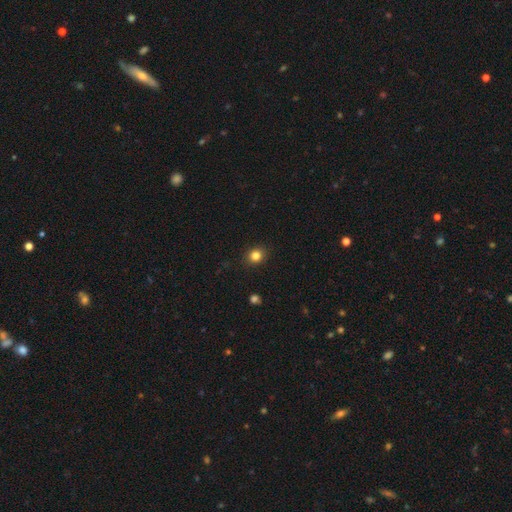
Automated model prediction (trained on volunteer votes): Smooth or featured: smooth — 83% (star or artifact — 12%)
How rounded: round — 78% (in between — 21%)
Merging: none — 90% (minor disturbance — 7%)